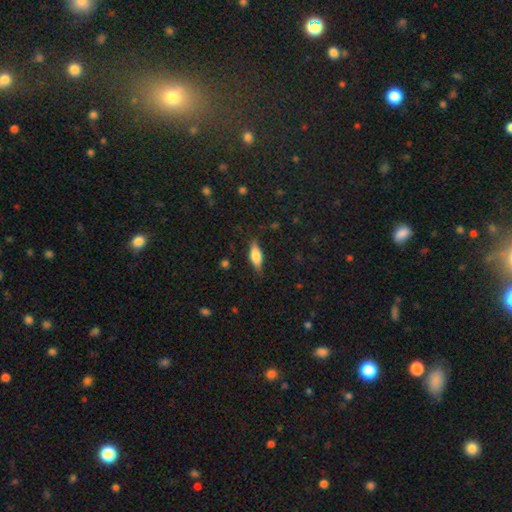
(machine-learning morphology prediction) This appears to be a smooth galaxy with no disk features (66%) that is in between round and cigar-shaped (68%). Merging: none (82%).